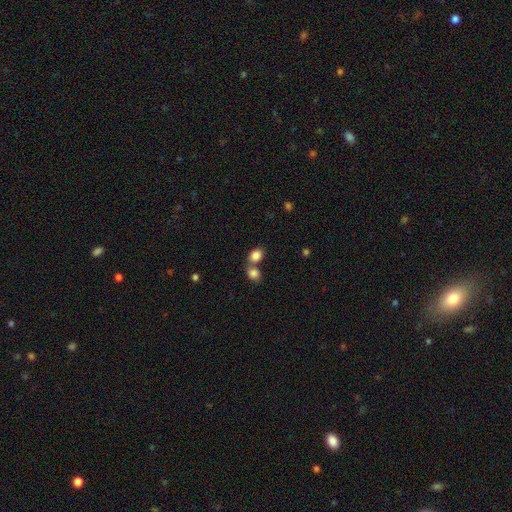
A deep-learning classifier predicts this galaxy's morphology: smooth-or-featured: smooth: 85% | star or artifact: 9% | featured or disk: 6%
  how-rounded: in between: 57% | round: 42% | cigar-shaped: 1%
  merging: merger: 45% | none: 43% | minor disturbance: 8% | major disturbance: 3%